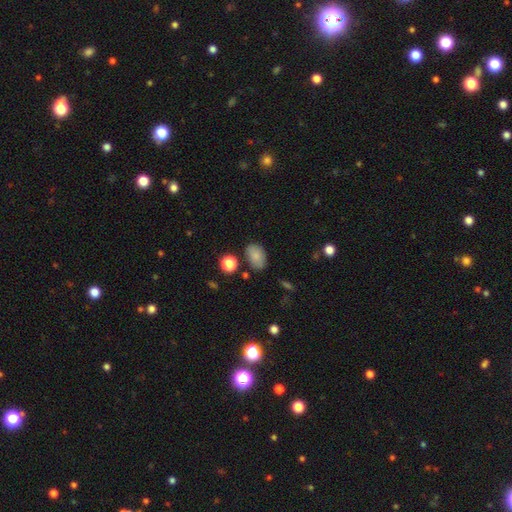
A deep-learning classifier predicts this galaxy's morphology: smooth-or-featured: smooth: 84% | star or artifact: 9% | featured or disk: 7%
  how-rounded: in between: 88% | round: 11% | cigar-shaped: 1%
  merging: none: 78% | minor disturbance: 15% | major disturbance: 4% | merger: 4%